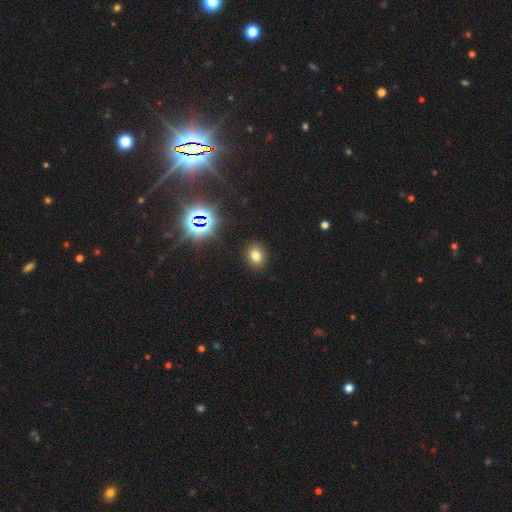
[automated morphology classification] smooth_or_featured: smooth (p=0.72) [alt: star or artifact p=0.20]
how_rounded: in between (p=0.52) [alt: round p=0.47]
merging: none (p=0.89) [alt: minor disturbance p=0.07]